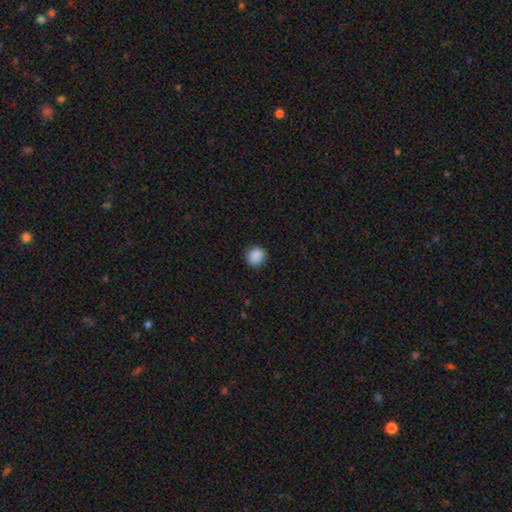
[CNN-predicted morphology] type=smooth (89%); roundness=round (82%); merging=none (89%).